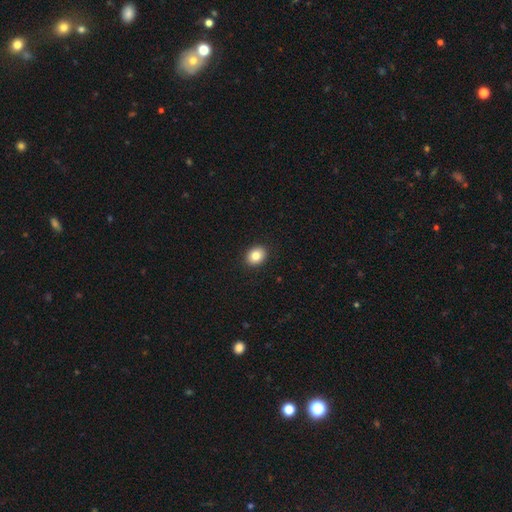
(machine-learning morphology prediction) A smooth galaxy with no disk features (84%) that is round (51%). Merging: none (91%).